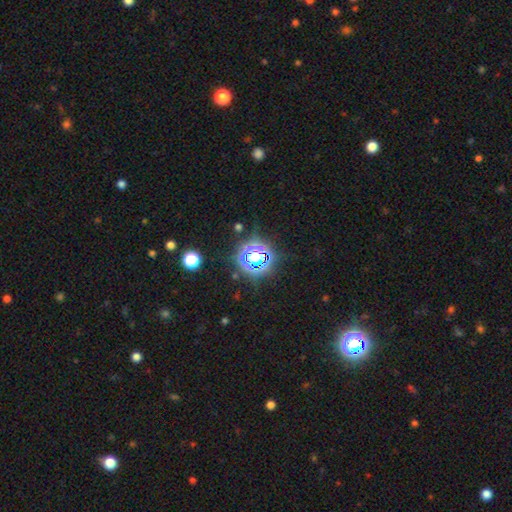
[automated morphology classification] Smooth or featured? star or artifact (71%)